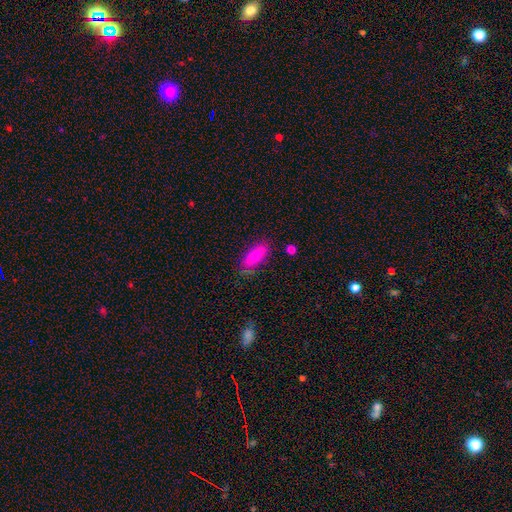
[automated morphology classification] Q: Smooth or featured?
A: smooth (73%); runner-up: featured or disk (20%)
Q: How rounded?
A: in between (74%); runner-up: cigar-shaped (23%)
Q: Merging?
A: none (74%); runner-up: minor disturbance (19%)